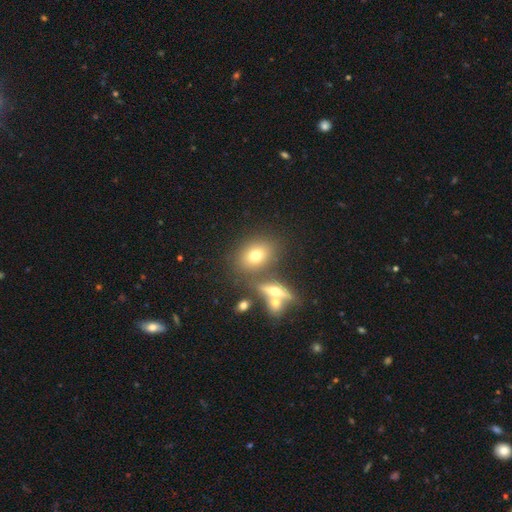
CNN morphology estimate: The model was most divided on "how rounded": in between: 60%, round: 37%, cigar-shaped: 3%. More confident: merging — none (68%); smooth or featured — smooth (68%).